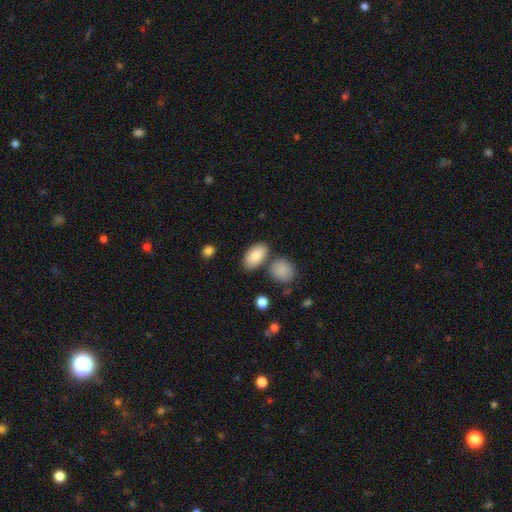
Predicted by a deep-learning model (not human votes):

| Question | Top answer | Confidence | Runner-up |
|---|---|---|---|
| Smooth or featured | smooth | 84% | featured or disk (10%) |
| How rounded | in between | 93% | round (5%) |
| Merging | none | 68% | merger (15%) |